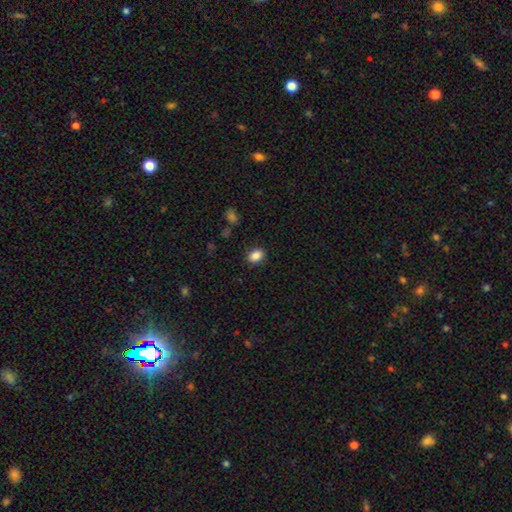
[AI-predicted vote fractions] Smooth or featured? smooth (87%)
How rounded? in between (74%)
Merging? none (87%)